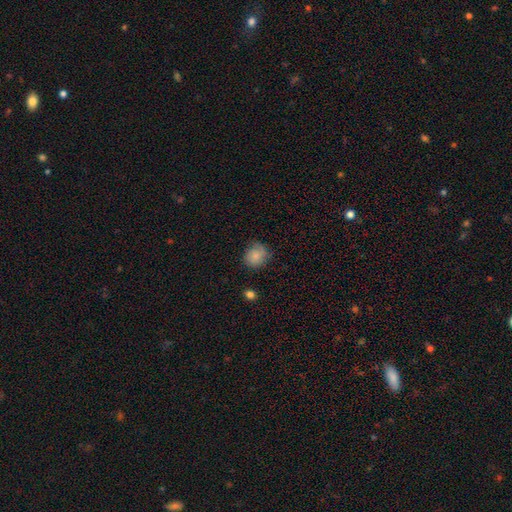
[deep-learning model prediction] Smooth or featured: smooth — 83% (featured or disk — 8%)
How rounded: round — 76% (in between — 23%)
Merging: none — 74% (minor disturbance — 20%)